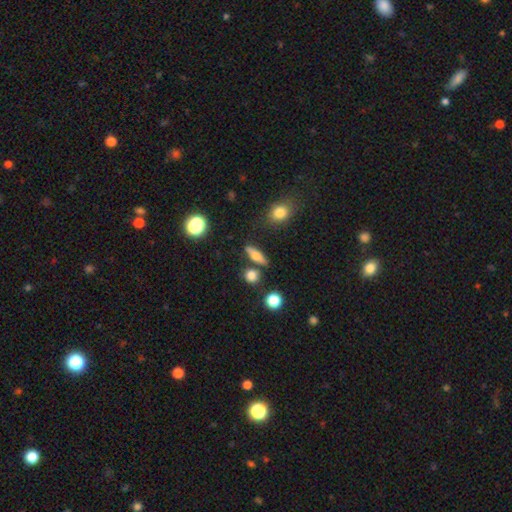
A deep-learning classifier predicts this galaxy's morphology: Overall: smooth (55%; featured or disk 35%). How rounded: cigar-shaped (46%; in between 42%). Merging: none (76%).